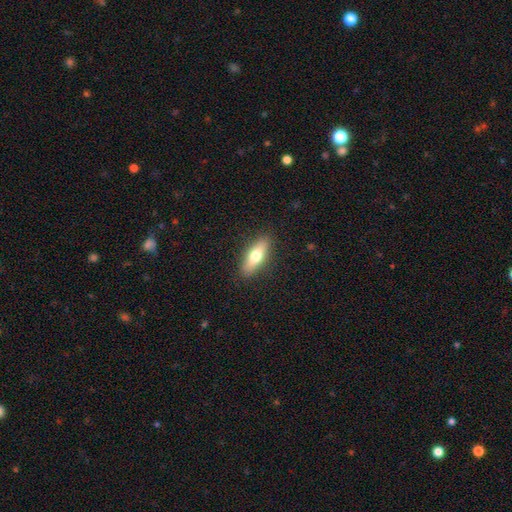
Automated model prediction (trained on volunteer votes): A smooth galaxy with no disk features (65%) that is in between round and cigar-shaped (52%).

Vote fractions:
- Smooth or featured? smooth: 65% / featured or disk: 29% / star or artifact: 6%
- How rounded? in between: 52% / cigar-shaped: 45% / round: 3%
- Merging? none: 89% / minor disturbance: 8% / major disturbance: 2% / merger: 1%